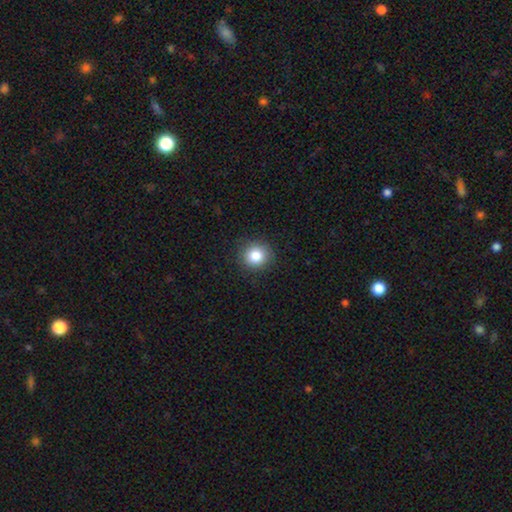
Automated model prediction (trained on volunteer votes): The model was most divided on "smooth or featured": smooth: 83%, star or artifact: 11%, featured or disk: 7%. More confident: how rounded — round (91%); merging — none (90%).